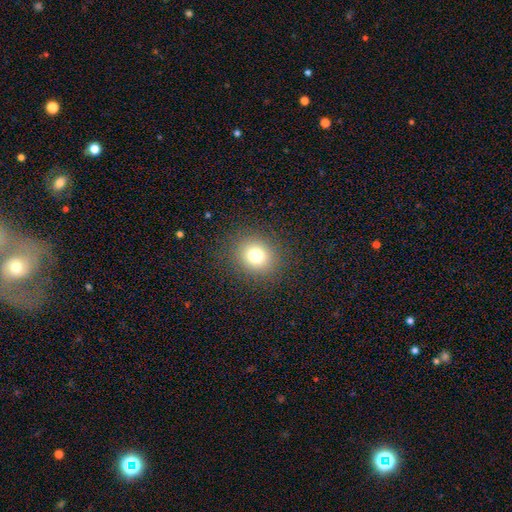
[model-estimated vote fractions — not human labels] A smooth galaxy with no disk features (76%) that is round (78%).

Vote fractions:
- Smooth or featured? smooth: 76% / star or artifact: 14% / featured or disk: 9%
- How rounded? round: 78% / in between: 21% / cigar-shaped: 1%
- Merging? none: 88% / minor disturbance: 7% / major disturbance: 4% / merger: 1%